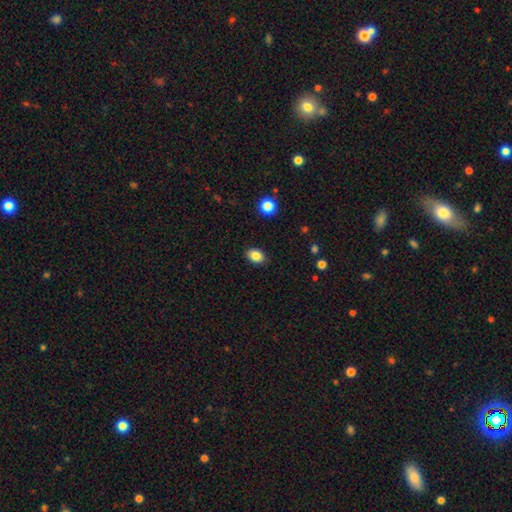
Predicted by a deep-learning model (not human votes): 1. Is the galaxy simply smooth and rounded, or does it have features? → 85% smooth, 9% star or artifact, 6% featured or disk.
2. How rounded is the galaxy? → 72% in between, 27% round, 1% cigar-shaped.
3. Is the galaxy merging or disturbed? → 89% none, 8% minor disturbance, 2% major disturbance, 1% merger.